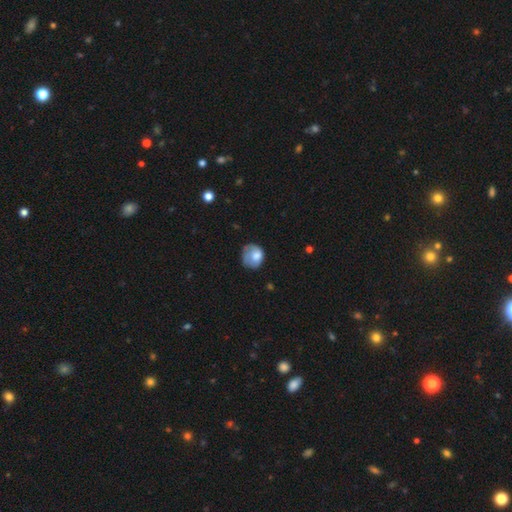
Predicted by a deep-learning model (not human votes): A smooth galaxy with no disk features (71%) that is round (67%). Merging: none (42%).